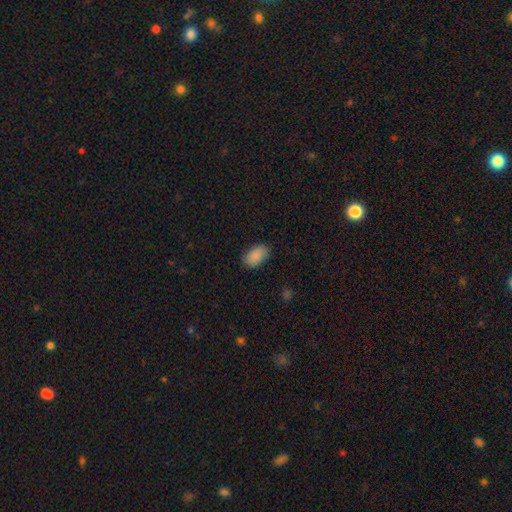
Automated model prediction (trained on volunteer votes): smooth_or_featured: smooth (p=0.89) [alt: star or artifact p=0.07]
how_rounded: in between (p=0.92) [alt: round p=0.06]
merging: none (p=0.83) [alt: minor disturbance p=0.13]